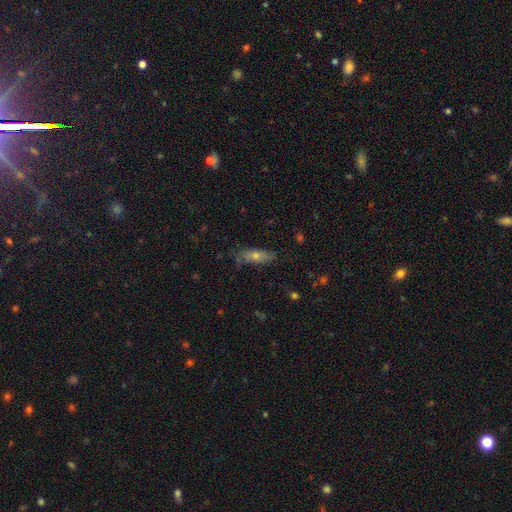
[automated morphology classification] Overall: smooth (62%; featured or disk 30%). How rounded: in between (55%; cigar-shaped 42%). Merging: none (69%).